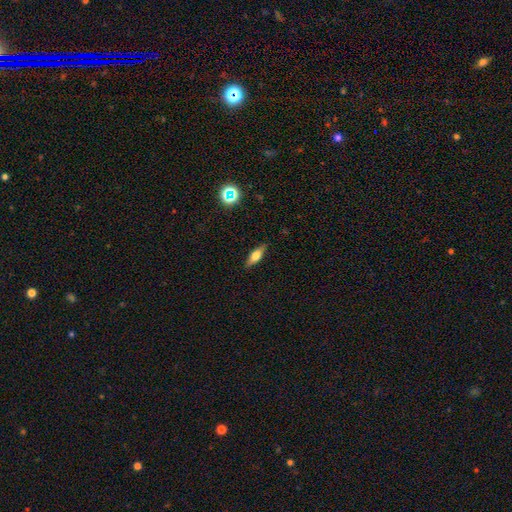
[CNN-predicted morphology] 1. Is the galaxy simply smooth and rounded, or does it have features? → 58% smooth, 33% featured or disk, 9% star or artifact.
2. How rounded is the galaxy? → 58% in between, 38% cigar-shaped, 4% round.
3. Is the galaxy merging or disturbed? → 87% none, 10% minor disturbance, 2% major disturbance, 1% merger.